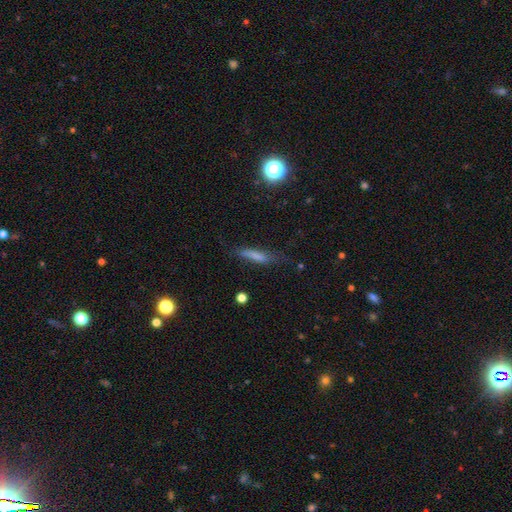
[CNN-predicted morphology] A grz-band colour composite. It shows a smooth galaxy with no disk features (70%) that is cigar-shaped (81%). Merging: none (64%).